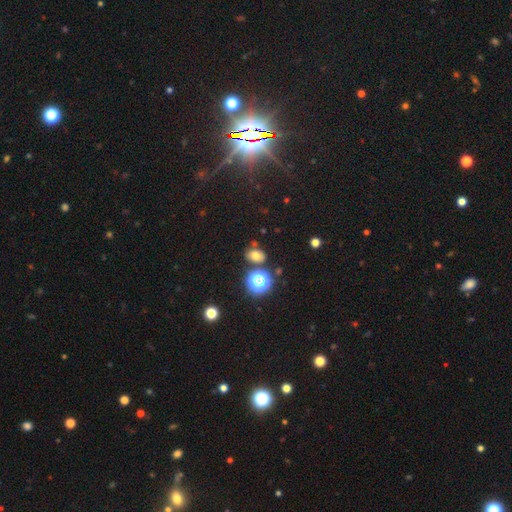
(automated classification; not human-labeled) A smooth galaxy with no disk features (68%) that is in between round and cigar-shaped (61%).

Vote fractions:
- Smooth or featured? smooth: 68% / star or artifact: 22% / featured or disk: 11%
- How rounded? in between: 61% / round: 37% / cigar-shaped: 1%
- Merging? none: 74% / minor disturbance: 13% / merger: 10% / major disturbance: 4%